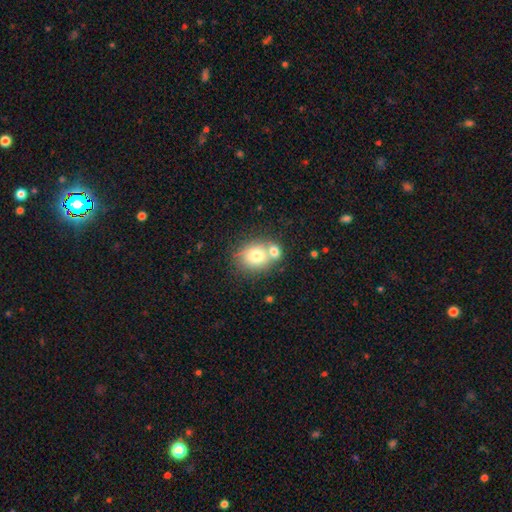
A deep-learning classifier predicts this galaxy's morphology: The model was most divided on "merging": none: 43%, merger: 42%, minor disturbance: 11%, major disturbance: 4%. More confident: smooth or featured — smooth (74%); how rounded — round (58%).